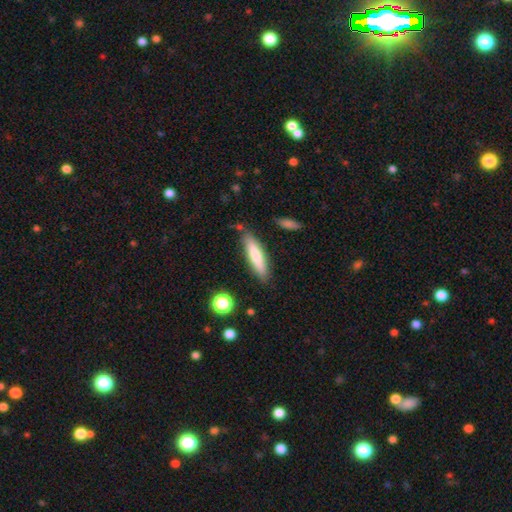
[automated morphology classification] type=smooth (73%); roundness=cigar-shaped (78%); merging=none (81%).